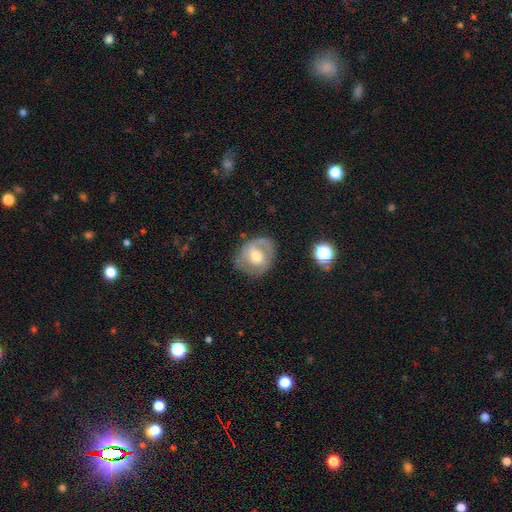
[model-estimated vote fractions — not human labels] This appears to be a featured or disk galaxy (67%) with a weak bar (44%), 2 (70%) medium (45%) spiral arms (80%) and a moderate central bulge (62%). Merging: none (73%).